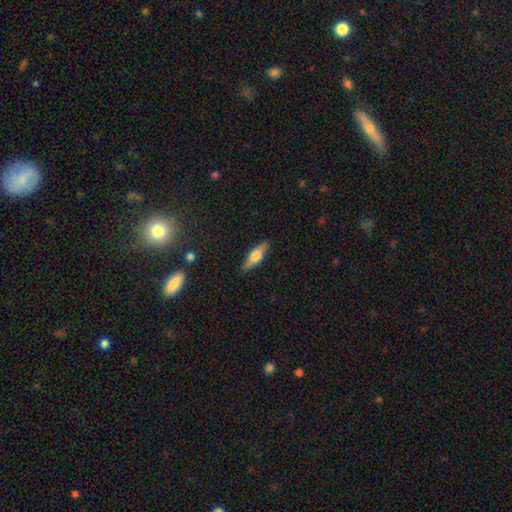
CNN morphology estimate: Smooth or featured? Predicted: smooth (p=0.47, tied with featured or disk). Merging? Predicted: none (p=0.87).